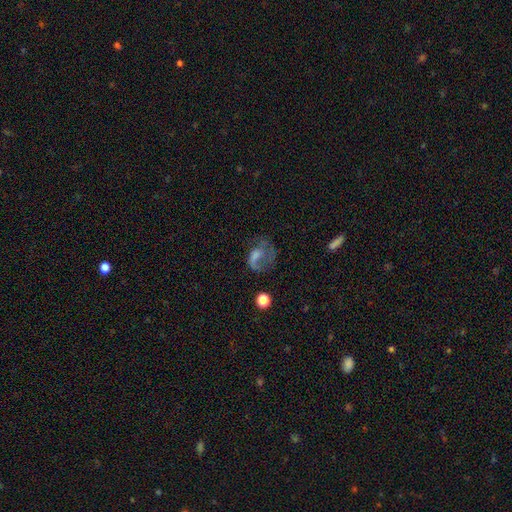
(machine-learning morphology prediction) The model was most divided on "merging": major disturbance: 43%, none: 35%, minor disturbance: 19%, merger: 4%. Remaining: smooth or featured — featured or disk (49%).